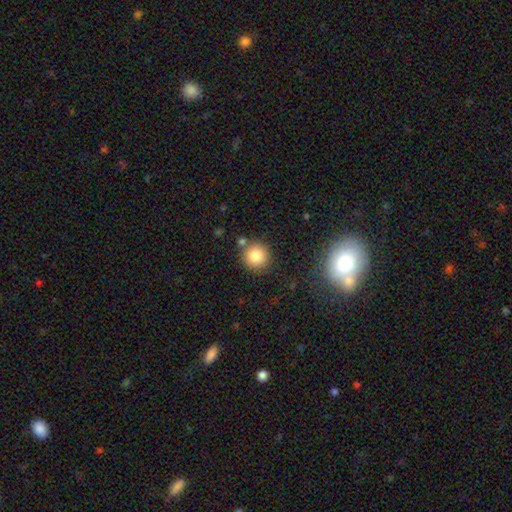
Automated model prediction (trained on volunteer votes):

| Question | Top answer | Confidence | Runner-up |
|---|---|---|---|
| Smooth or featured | smooth | 83% | star or artifact (10%) |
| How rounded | round | 94% | in between (6%) |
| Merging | none | 81% | minor disturbance (9%) |